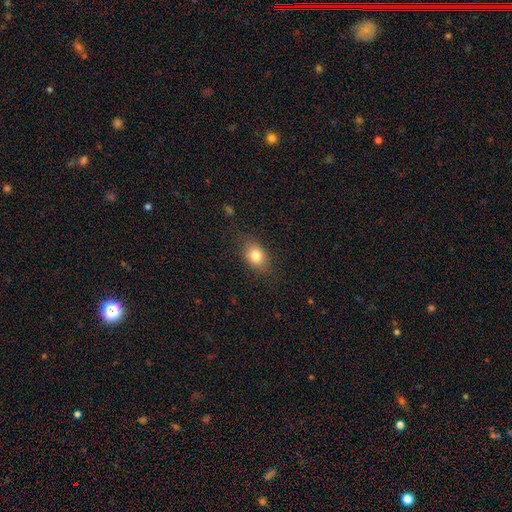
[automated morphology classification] type=smooth (80%); roundness=in between (65%); merging=none (79%).